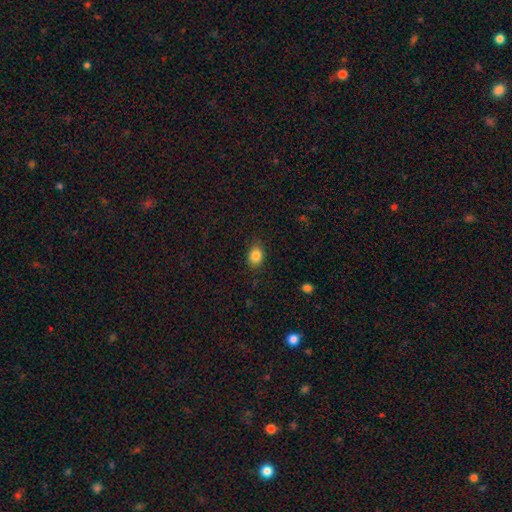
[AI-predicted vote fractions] smooth 85%, star or artifact 10%, featured or disk 6%. Down the decision tree: how rounded — in between (65%); merging — none (84%).